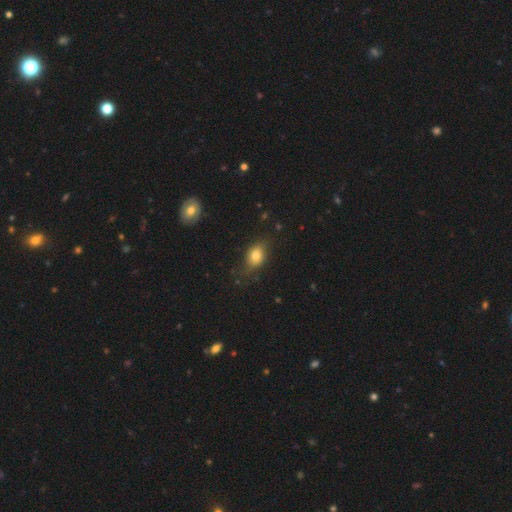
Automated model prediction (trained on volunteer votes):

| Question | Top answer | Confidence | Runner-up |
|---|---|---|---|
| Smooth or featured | smooth | 78% | featured or disk (12%) |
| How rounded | in between | 71% | round (27%) |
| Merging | none | 70% | minor disturbance (22%) |